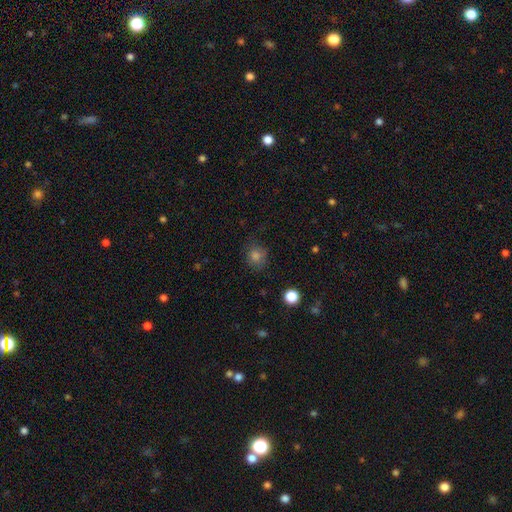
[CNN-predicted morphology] Smooth or featured? Predicted: smooth (p=0.74). How rounded? Predicted: round (p=0.80). Merging? Predicted: none (p=0.80).